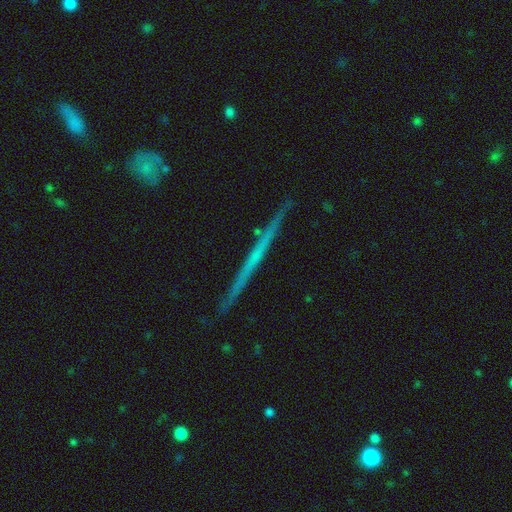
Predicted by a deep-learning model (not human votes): Smooth or featured? featured or disk (64%)
Edge-on disk? yes (97%)
Edge-on bulge? none (90%)
Merging? none (90%)